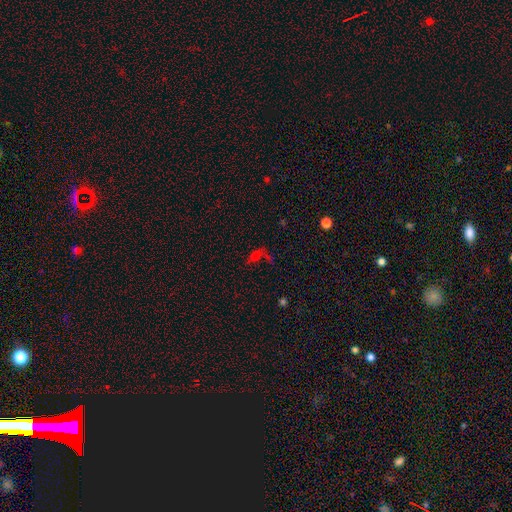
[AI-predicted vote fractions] Smooth or featured: smooth — 45% (star or artifact — 36%)
Merging: none — 38% (major disturbance — 25%)